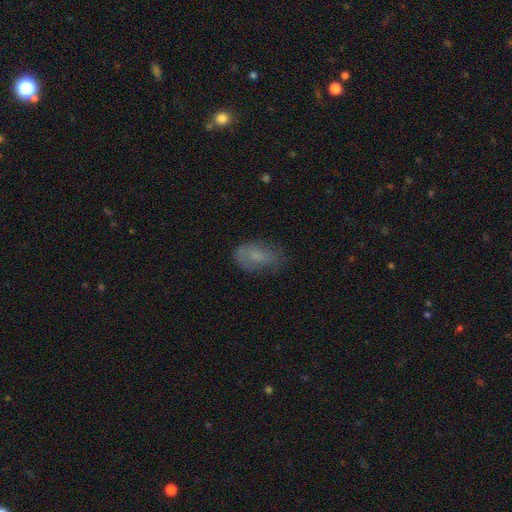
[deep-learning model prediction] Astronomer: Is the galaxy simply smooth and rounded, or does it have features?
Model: smooth — 66%.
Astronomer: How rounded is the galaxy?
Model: in between — 90%.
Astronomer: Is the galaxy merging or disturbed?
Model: none — 60%.